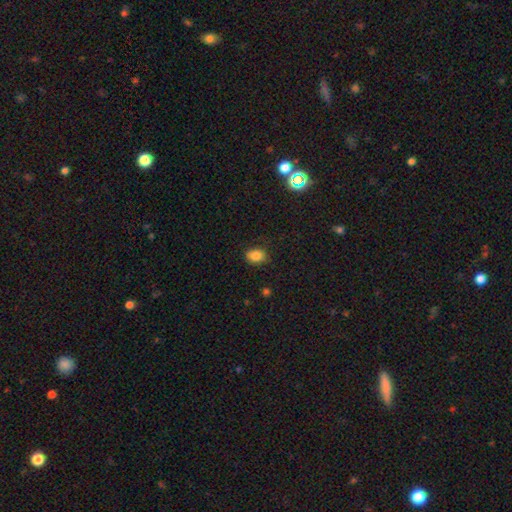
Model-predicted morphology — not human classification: smooth_or_featured: smooth (p=0.84) [alt: star or artifact p=0.11]
how_rounded: in between (p=0.69) [alt: round p=0.30]
merging: none (p=0.82) [alt: minor disturbance p=0.14]